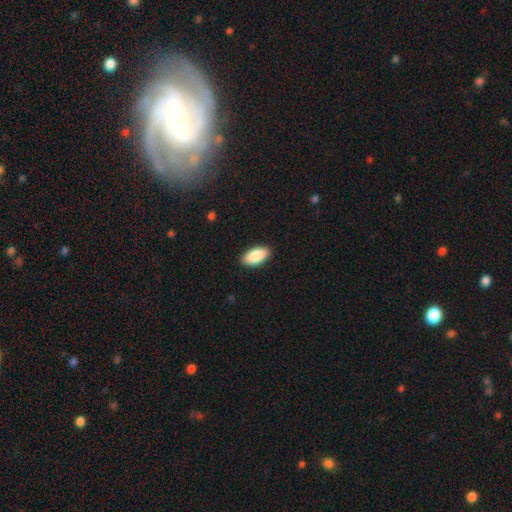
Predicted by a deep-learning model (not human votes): smooth_or_featured: smooth (p=0.89) [alt: star or artifact p=0.06]
how_rounded: in between (p=0.94) [alt: cigar-shaped p=0.04]
merging: none (p=0.90) [alt: minor disturbance p=0.08]